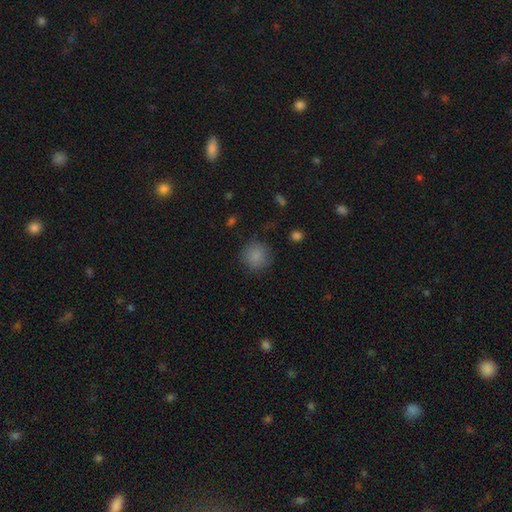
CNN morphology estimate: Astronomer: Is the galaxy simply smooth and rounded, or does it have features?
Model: smooth — 85%.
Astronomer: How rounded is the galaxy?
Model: round — 91%.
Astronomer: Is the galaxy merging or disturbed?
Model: none — 82%.